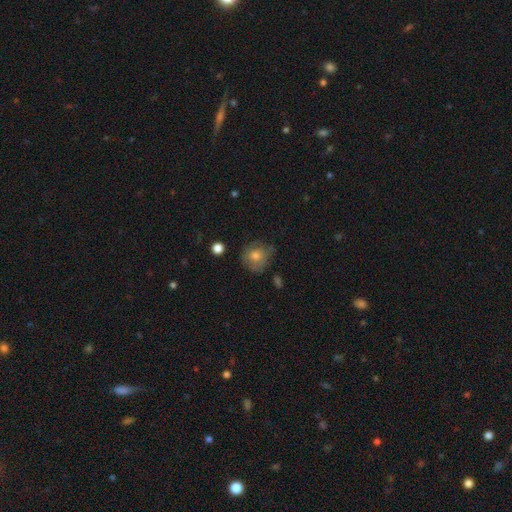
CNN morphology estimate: smooth-or-featured: smooth: 70% | featured or disk: 20% | star or artifact: 10%
  how-rounded: round: 83% | in between: 16% | cigar-shaped: 1%
  merging: none: 65% | minor disturbance: 24% | major disturbance: 8% | merger: 2%